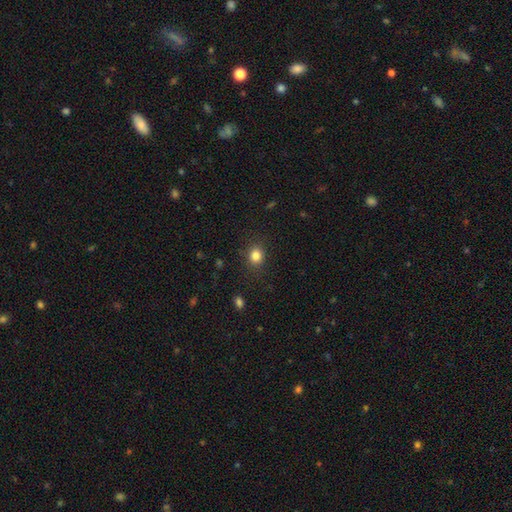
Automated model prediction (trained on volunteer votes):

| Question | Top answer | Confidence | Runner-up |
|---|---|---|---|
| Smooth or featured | smooth | 83% | star or artifact (12%) |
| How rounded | round | 70% | in between (29%) |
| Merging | none | 86% | minor disturbance (9%) |